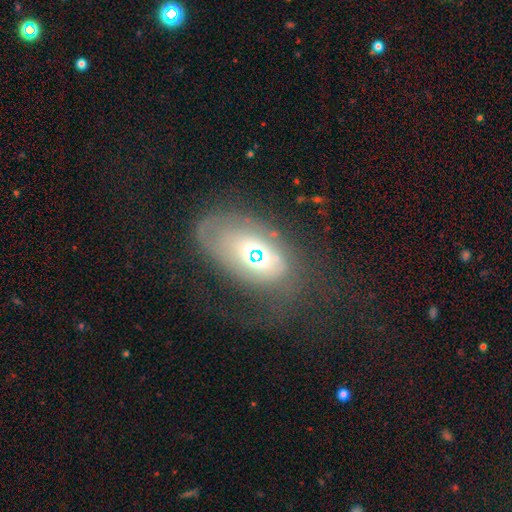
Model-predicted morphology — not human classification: Smooth or featured?
  - featured or disk: 47% *
  - smooth: 37%
  - star or artifact: 16%
Merging?
  - none: 49% *
  - major disturbance: 26%
  - minor disturbance: 21%
  - merger: 3%